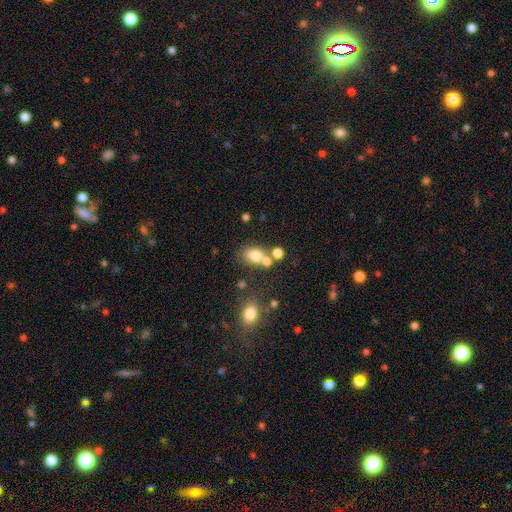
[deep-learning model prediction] Smooth or featured?
  - smooth: 77% *
  - star or artifact: 12%
  - featured or disk: 11%
How rounded?
  - in between: 67% *
  - round: 31%
  - cigar-shaped: 2%
Merging?
  - none: 51% *
  - merger: 29%
  - minor disturbance: 14%
  - major disturbance: 6%